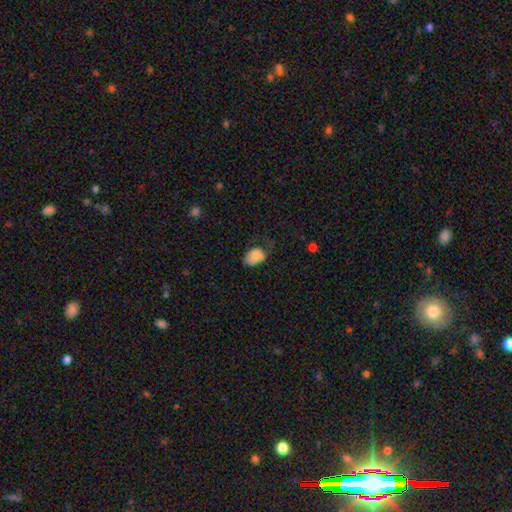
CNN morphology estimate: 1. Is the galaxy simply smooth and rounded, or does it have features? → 77% smooth, 15% featured or disk, 8% star or artifact.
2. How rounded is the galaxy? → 85% in between, 14% round, 1% cigar-shaped.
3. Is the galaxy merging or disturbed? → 33% minor disturbance (tied), 33% major disturbance (tied), 31% none, 3% merger.